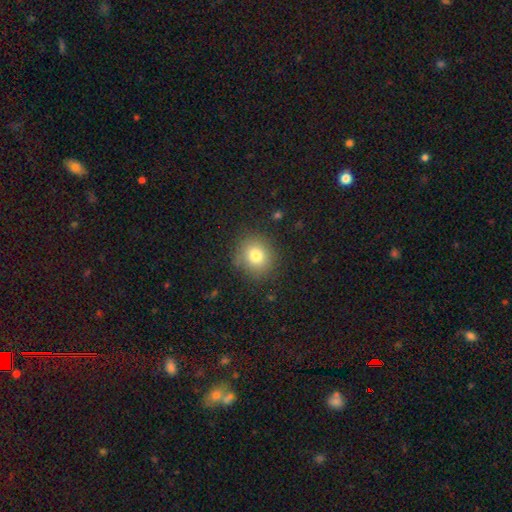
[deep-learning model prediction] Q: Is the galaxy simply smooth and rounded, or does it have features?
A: smooth — 78%.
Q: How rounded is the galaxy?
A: round — 86%.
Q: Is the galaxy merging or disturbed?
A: none — 84%.